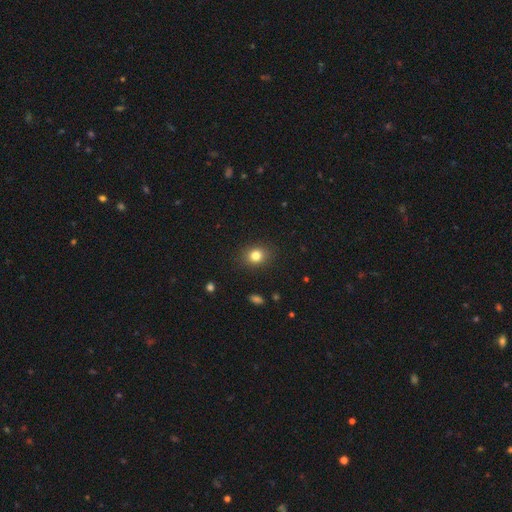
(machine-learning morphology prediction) Smooth or featured? Predicted: smooth (p=0.82). How rounded? Predicted: round (p=0.65). Merging? Predicted: none (p=0.88).